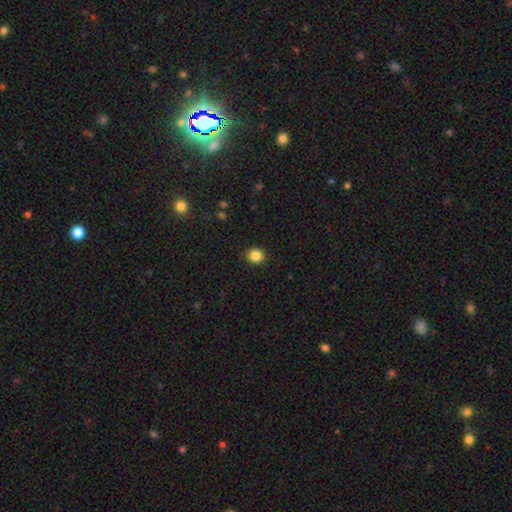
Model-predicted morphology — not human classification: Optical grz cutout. It shows a smooth galaxy with no disk features (86%) that is round (85%). Merging: none (91%).